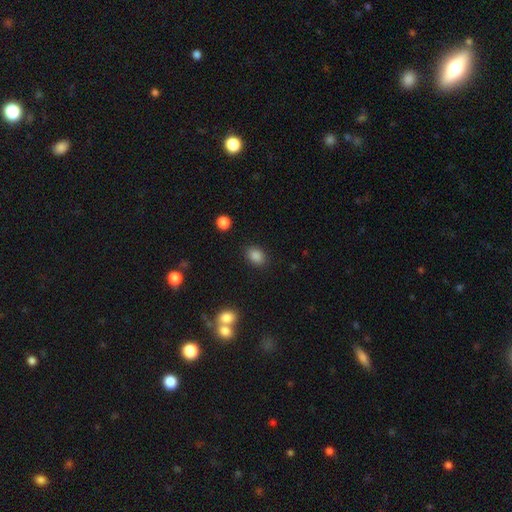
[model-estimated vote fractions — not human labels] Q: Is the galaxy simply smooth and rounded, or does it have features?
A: smooth — 86%.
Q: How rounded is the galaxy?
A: in between — 73%.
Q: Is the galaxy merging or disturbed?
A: none — 86%.